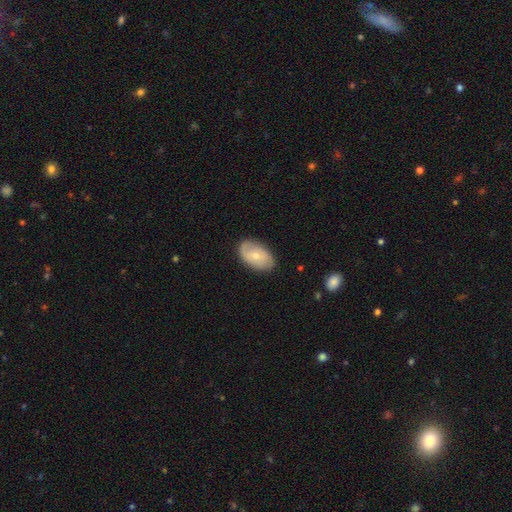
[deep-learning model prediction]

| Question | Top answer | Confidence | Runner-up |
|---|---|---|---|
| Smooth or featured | smooth | 54% | featured or disk (40%) |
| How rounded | in between | 91% | round (7%) |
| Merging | none | 79% | minor disturbance (16%) |